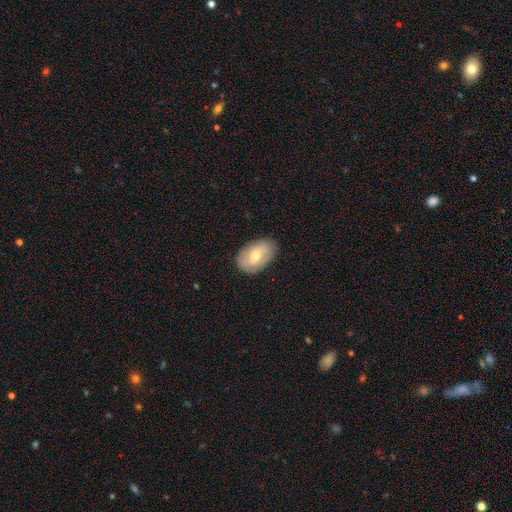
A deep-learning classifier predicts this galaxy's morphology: Overall: smooth (61%; featured or disk 32%). How rounded: in between (90%). Merging: none (84%).